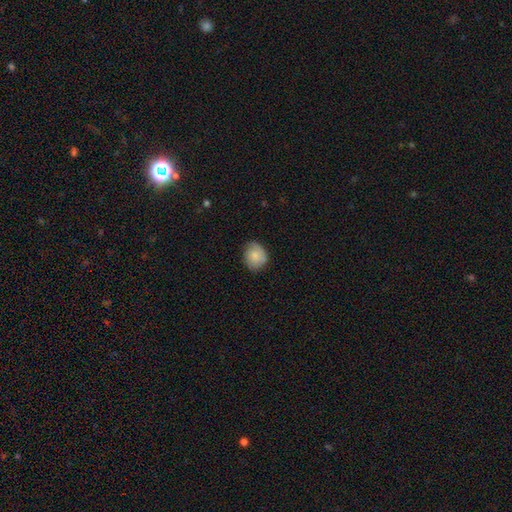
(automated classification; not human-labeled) Smooth or featured? Predicted: smooth (p=0.80). How rounded? Predicted: round (p=0.64). Merging? Predicted: none (p=0.70).